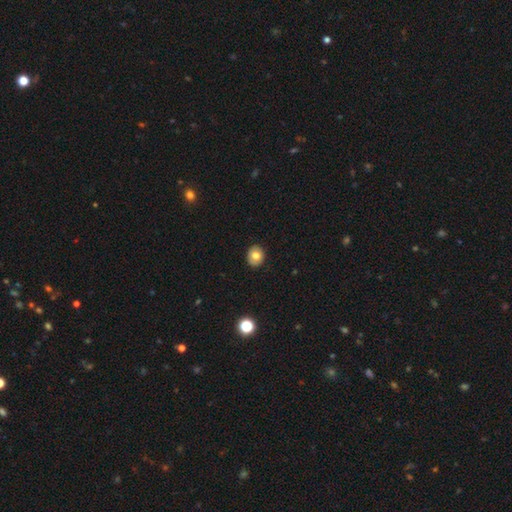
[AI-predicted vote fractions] Smooth or featured? smooth (74%)
How rounded? round (68%)
Merging? none (90%)